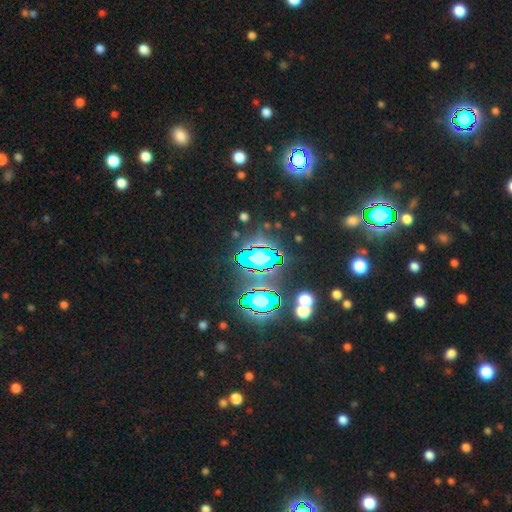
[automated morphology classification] Overall: star or artifact (68%).